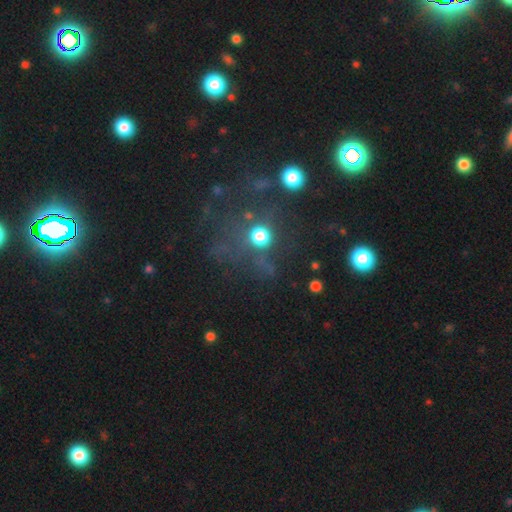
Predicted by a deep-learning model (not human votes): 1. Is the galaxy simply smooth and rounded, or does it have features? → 55% star or artifact, 27% smooth, 18% featured or disk.